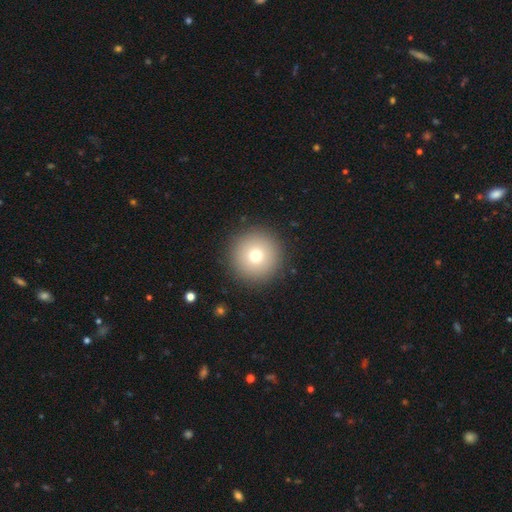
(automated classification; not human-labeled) Overall: smooth (74%). How rounded: round (97%). Merging: none (92%).